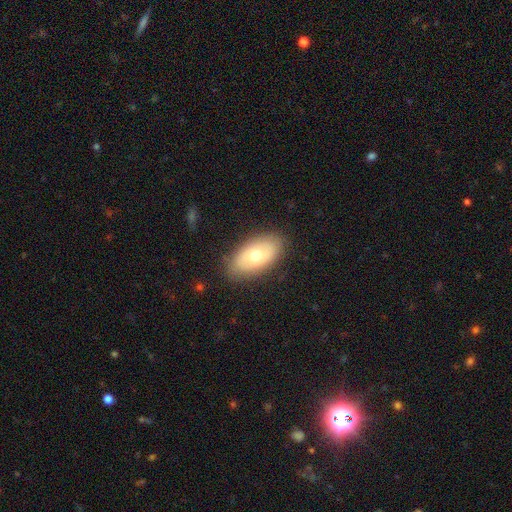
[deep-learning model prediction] This appears to be a smooth galaxy with no disk features (64%) that is in between round and cigar-shaped (93%). Merging: none (84%).